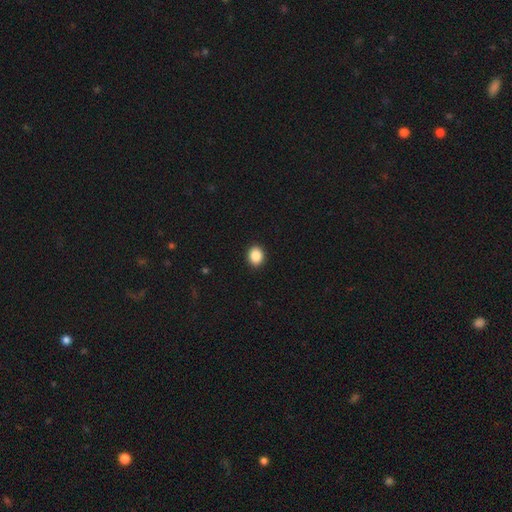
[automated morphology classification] The model was most divided on "how rounded": round: 62%, in between: 38%, cigar-shaped: 1%. More confident: merging — none (92%); smooth or featured — smooth (88%).